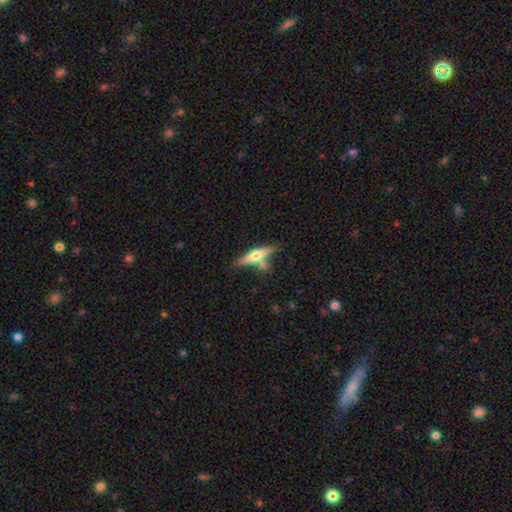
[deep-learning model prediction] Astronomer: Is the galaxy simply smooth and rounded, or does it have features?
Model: featured or disk — 53% (runner-up: smooth, 40%).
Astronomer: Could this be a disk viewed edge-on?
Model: yes — 92%.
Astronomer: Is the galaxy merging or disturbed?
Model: none — 58%.